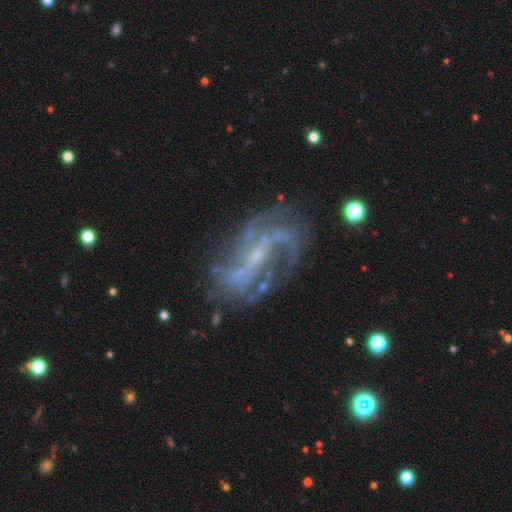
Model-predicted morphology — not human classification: smooth-or-featured: featured or disk: 85% | star or artifact: 9% | smooth: 6%
  disk-edge-on: no: 96% | yes: 4%
    bar: weak: 43% | no: 33% | strong: 24%
    has-spiral-arms: yes: 92% | no: 8%
      spiral-winding: loose: 45% | medium: 38% | tight: 16%
      spiral-arm-count: 2: 35% | can't tell: 22% | 3: 19% | 4: 10% | 1: 7% | more than 4: 7%
    bulge-size: small: 70% | none: 14% | moderate: 14% | large: 1% | dominant: 1%
  merging: none: 62% | minor disturbance: 18% | major disturbance: 16% | merger: 4%